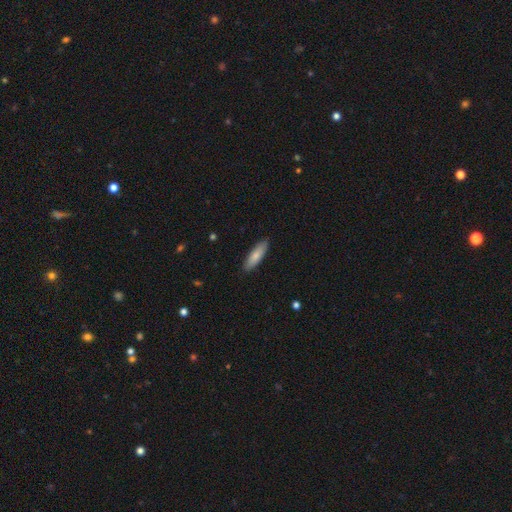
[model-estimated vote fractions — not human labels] A smooth galaxy with no disk features (80%) that is cigar-shaped (55%).

Vote fractions:
- Smooth or featured? smooth: 80% / featured or disk: 14% / star or artifact: 5%
- How rounded? cigar-shaped: 55% / in between: 43% / round: 2%
- Merging? none: 88% / minor disturbance: 9% / major disturbance: 2% / merger: 1%